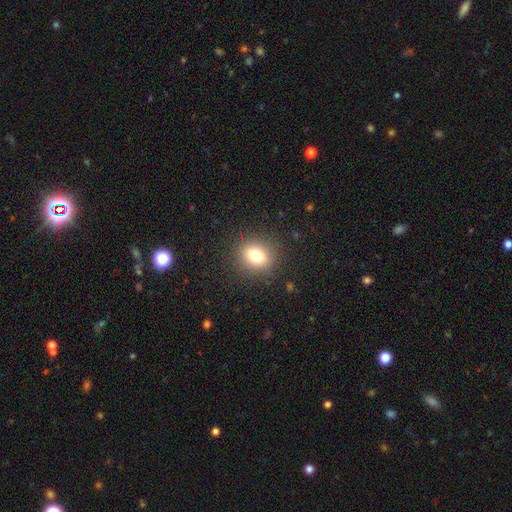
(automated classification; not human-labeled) Morphology: type=smooth (79%); roundness=round (57%); merging=none (88%).